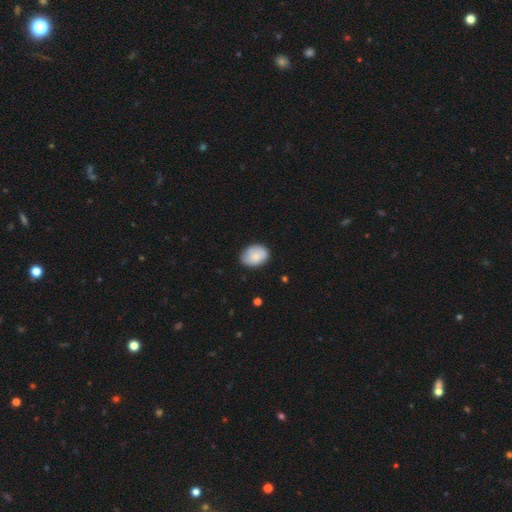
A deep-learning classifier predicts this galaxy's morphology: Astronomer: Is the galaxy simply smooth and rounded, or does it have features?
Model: smooth — 84%.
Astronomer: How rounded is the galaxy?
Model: in between — 73%.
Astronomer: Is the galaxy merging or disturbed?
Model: none — 78%.